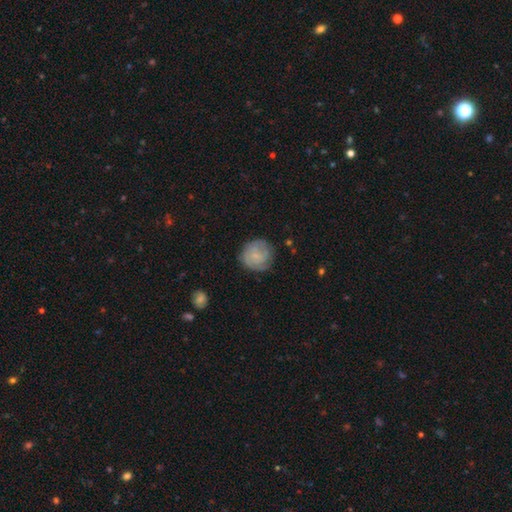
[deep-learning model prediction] The model was most divided on "smooth or featured": featured or disk: 56%, smooth: 37%, star or artifact: 7%. More confident: edge-on disk — no (98%); spiral arms — yes (86%); merging — none (76%); bar — no (65%); bulge size — small (64%).